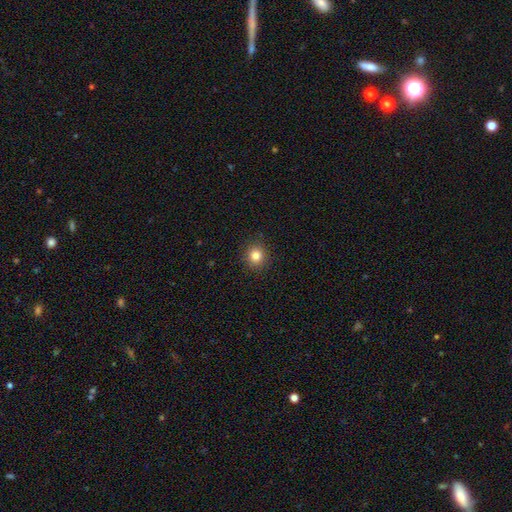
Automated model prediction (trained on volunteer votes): A smooth galaxy with no disk features (82%) that is round (88%).

Vote fractions:
- Smooth or featured? smooth: 82% / star or artifact: 12% / featured or disk: 6%
- How rounded? round: 88% / in between: 11% / cigar-shaped: 1%
- Merging? none: 91% / minor disturbance: 6% / major disturbance: 2% / merger: 1%